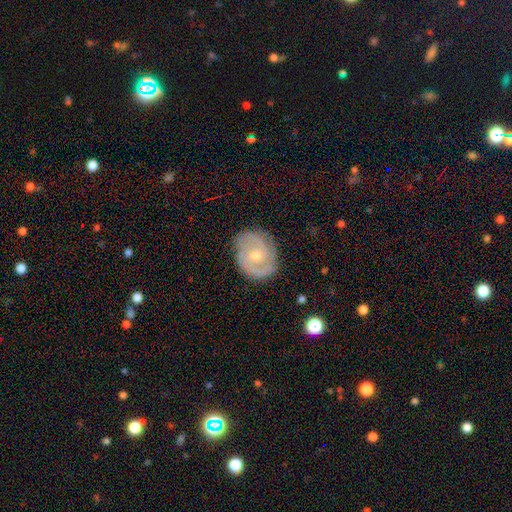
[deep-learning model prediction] featured or disk 84%, smooth 11%, star or artifact 5%. Down the decision tree: edge-on disk — no (98%); bar — no (58%); spiral arms — yes (96%); spiral arm count — 2 (70%); spiral winding — tight (50%); bulge size — small (52%); merging — none (81%).